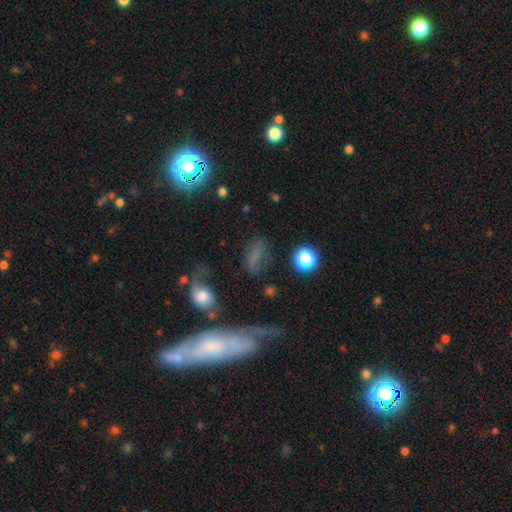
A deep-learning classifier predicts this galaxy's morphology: type=smooth (58%); roundness=in between (71%); merging=none (62%).